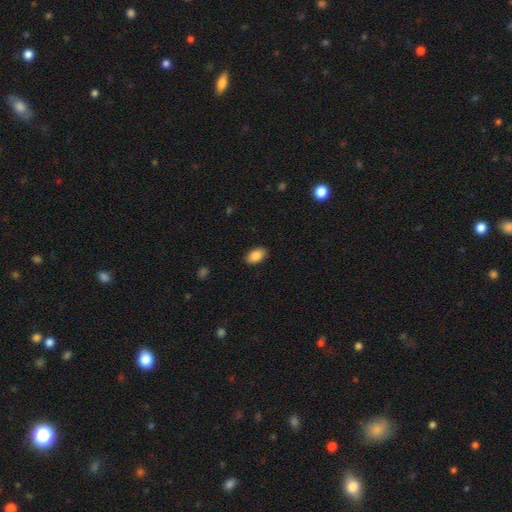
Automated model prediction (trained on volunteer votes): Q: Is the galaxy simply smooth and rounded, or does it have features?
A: smooth — 86%.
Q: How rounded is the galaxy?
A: in between — 92%.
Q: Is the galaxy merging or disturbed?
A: none — 89%.